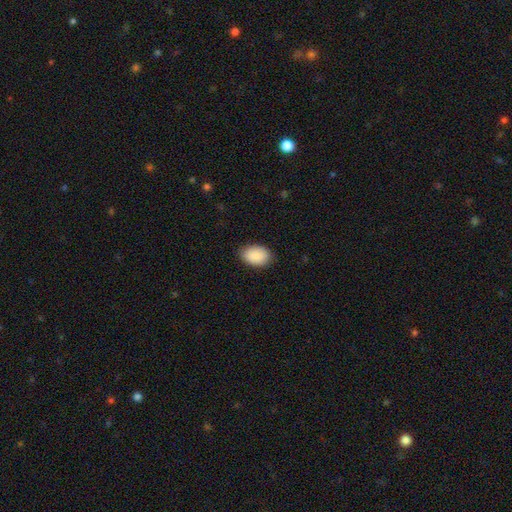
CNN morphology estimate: This appears to be a smooth galaxy with no disk features (90%) that is in between round and cigar-shaped (87%). Merging: none (85%).